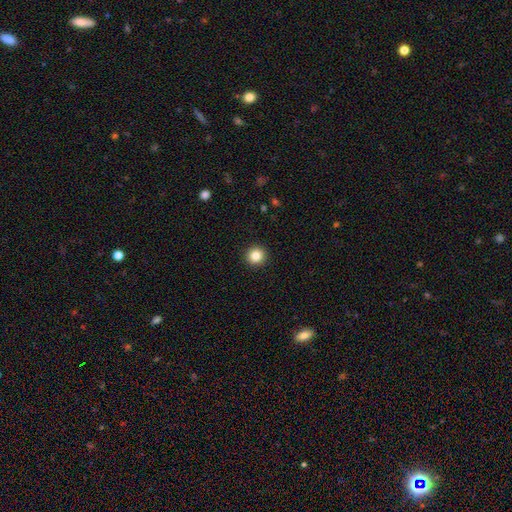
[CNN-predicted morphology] The model was most divided on "smooth or featured": smooth: 85%, star or artifact: 11%, featured or disk: 4%. More confident: how rounded — round (94%); merging — none (93%).